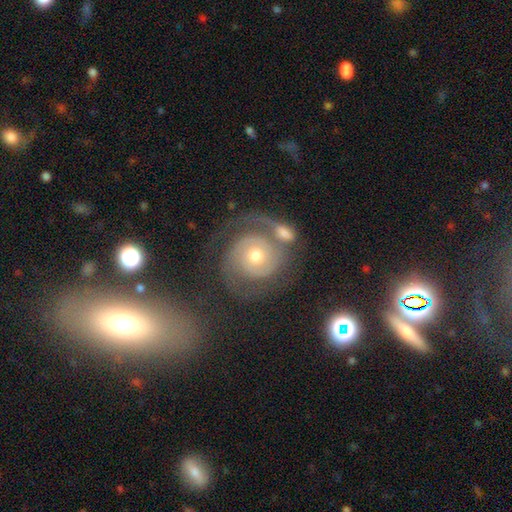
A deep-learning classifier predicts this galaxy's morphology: smooth-or-featured: featured or disk: 85% | smooth: 8% | star or artifact: 6%
  disk-edge-on: no: 98% | yes: 2%
    bar: no: 78% | weak: 18% | strong: 5%
    has-spiral-arms: yes: 96% | no: 4%
      spiral-winding: tight: 67% | medium: 27% | loose: 6%
      spiral-arm-count: 2: 80% | can't tell: 8% | 3: 5% | 1: 4% | 4: 2% | more than 4: 2%
    bulge-size: moderate: 65% | small: 29% | large: 4% | none: 1% | dominant: 1%
  merging: none: 57% | merger: 18% | minor disturbance: 14% | major disturbance: 10%